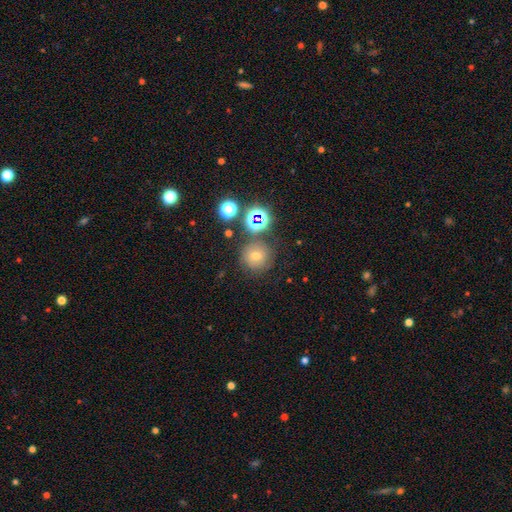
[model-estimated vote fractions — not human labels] Smooth or featured?
  - smooth: 48% *
  - star or artifact: 34%
  - featured or disk: 18%
Merging?
  - none: 77% *
  - minor disturbance: 11%
  - merger: 8%
  - major disturbance: 5%